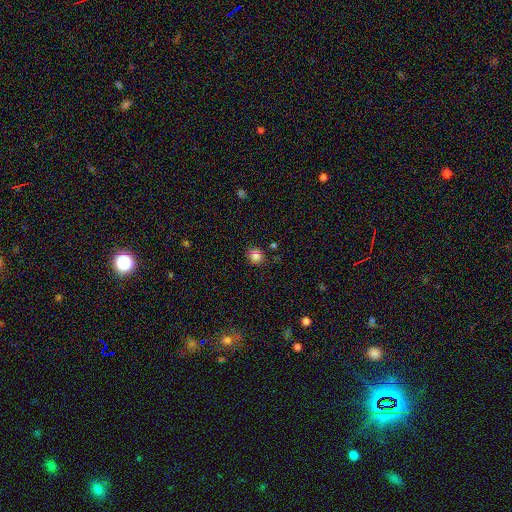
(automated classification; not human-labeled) smooth 80%, star or artifact 14%, featured or disk 6%. Down the decision tree: how rounded — round (86%); merging — none (78%).